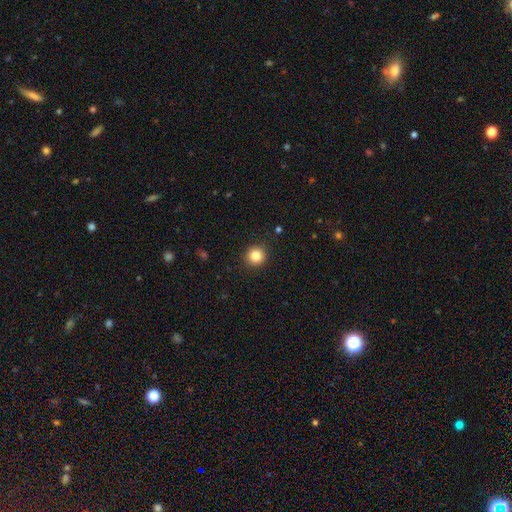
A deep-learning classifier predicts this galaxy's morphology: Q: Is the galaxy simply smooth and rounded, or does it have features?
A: smooth — 84%.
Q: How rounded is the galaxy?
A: round — 94%.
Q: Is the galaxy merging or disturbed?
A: none — 91%.